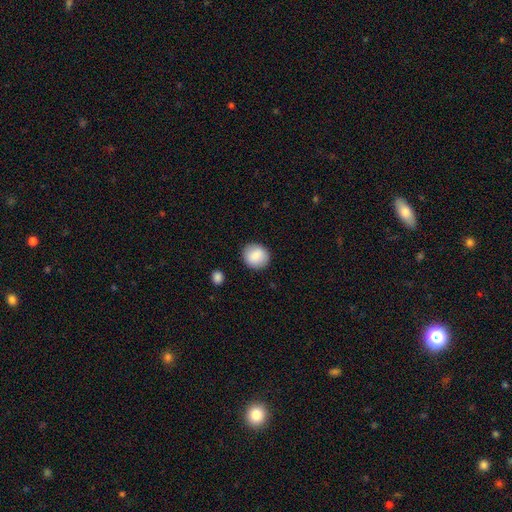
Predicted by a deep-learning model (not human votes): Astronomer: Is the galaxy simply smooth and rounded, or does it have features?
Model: smooth — 85%.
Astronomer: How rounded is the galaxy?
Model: round — 81%.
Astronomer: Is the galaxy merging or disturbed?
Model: none — 88%.